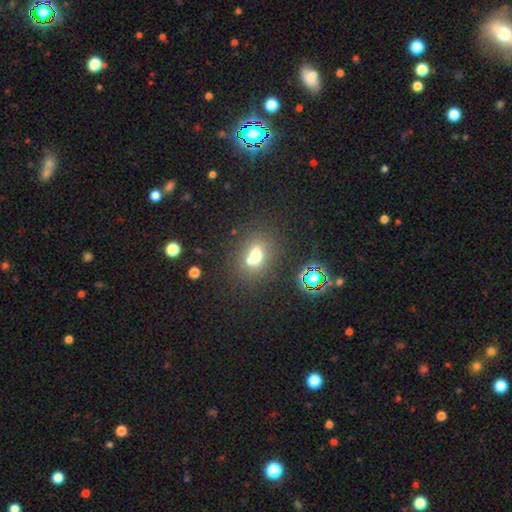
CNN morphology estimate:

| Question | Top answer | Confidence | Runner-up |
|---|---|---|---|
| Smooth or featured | smooth | 62% | star or artifact (19%) |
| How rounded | in between | 49% | tied: round (49%) |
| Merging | none | 43% | tied: merger (43%) |